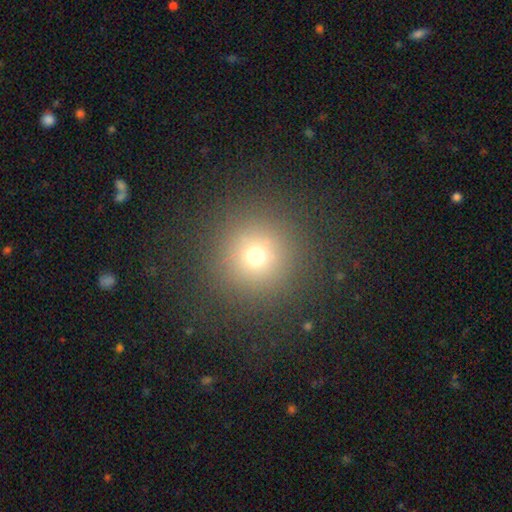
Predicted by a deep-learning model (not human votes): Smooth or featured? smooth (70%)
How rounded? round (95%)
Merging? none (88%)